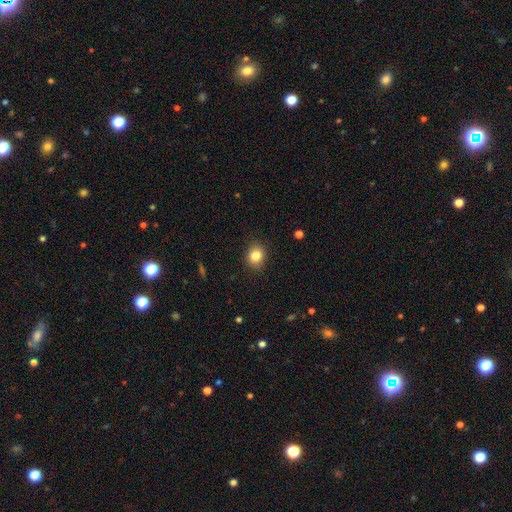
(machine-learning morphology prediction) type=smooth (84%); roundness=round (63%); merging=none (88%).